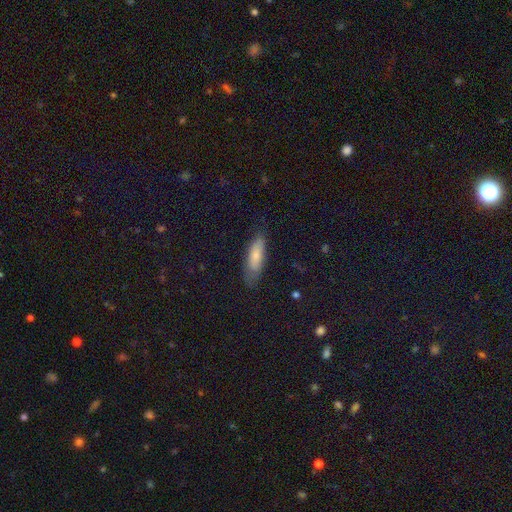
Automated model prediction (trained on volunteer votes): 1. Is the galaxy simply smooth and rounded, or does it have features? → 73% smooth, 20% featured or disk, 7% star or artifact.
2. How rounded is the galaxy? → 59% in between, 39% cigar-shaped, 2% round.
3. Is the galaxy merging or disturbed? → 68% none, 24% minor disturbance, 7% major disturbance, 2% merger.